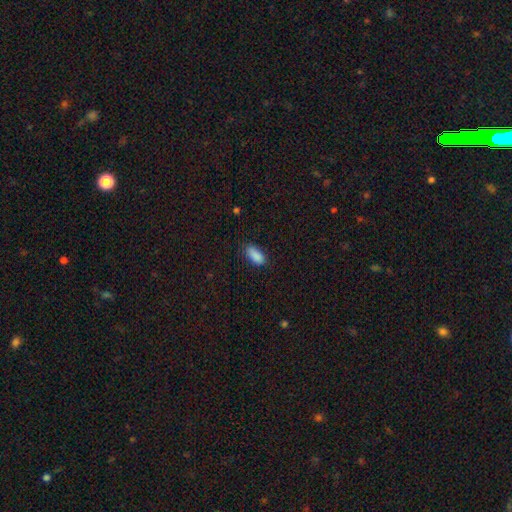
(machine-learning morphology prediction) smooth 89%, star or artifact 8%, featured or disk 4%. Down the decision tree: how rounded — in between (88%); merging — none (79%).